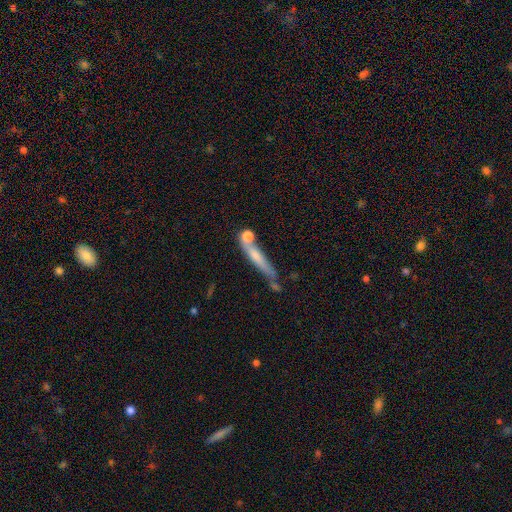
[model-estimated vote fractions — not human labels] Smooth or featured: smooth — 51% (featured or disk — 41%)
How rounded: cigar-shaped — 90% (in between — 7%)
Merging: none — 54% (minor disturbance — 20%)